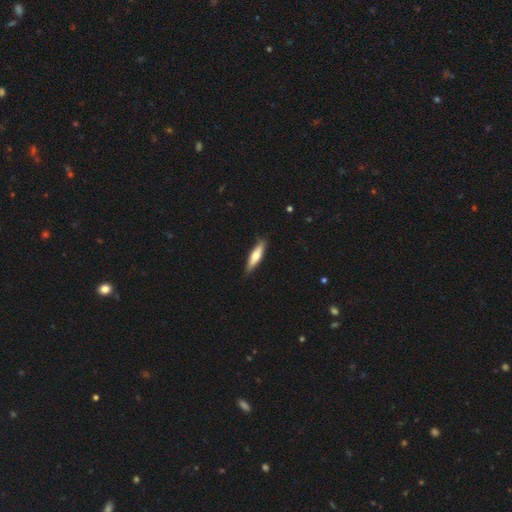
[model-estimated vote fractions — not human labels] Q: Smooth or featured?
A: smooth (59%); runner-up: featured or disk (36%)
Q: How rounded?
A: cigar-shaped (73%); runner-up: in between (25%)
Q: Merging?
A: none (86%); runner-up: minor disturbance (11%)